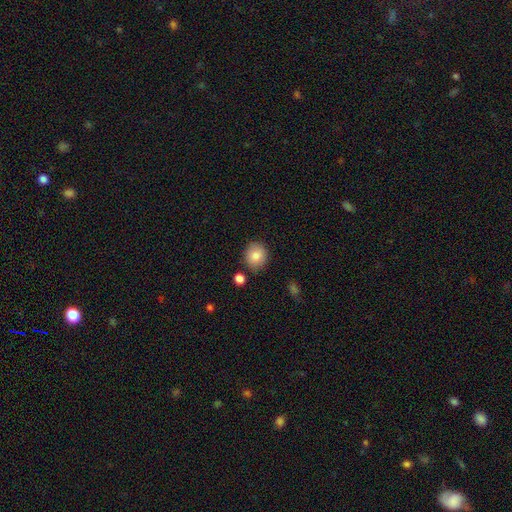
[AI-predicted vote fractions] Morphology: type=smooth (83%); roundness=round (79%); merging=none (84%).